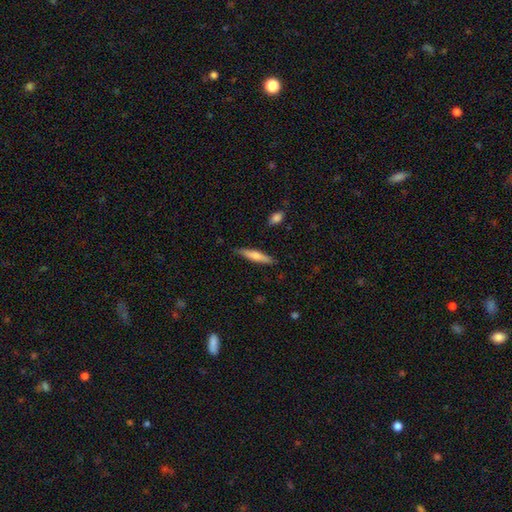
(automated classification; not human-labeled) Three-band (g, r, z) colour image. It shows a smooth galaxy with no disk features (66%) that is cigar-shaped (87%). Merging: none (84%).